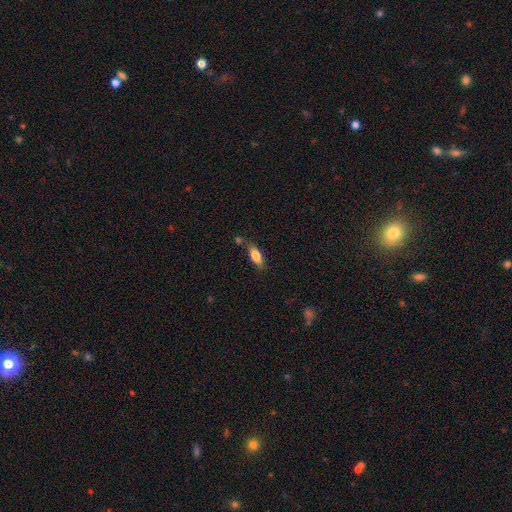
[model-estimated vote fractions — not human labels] Smooth or featured? smooth (81%)
How rounded? in between (80%)
Merging? none (62%)